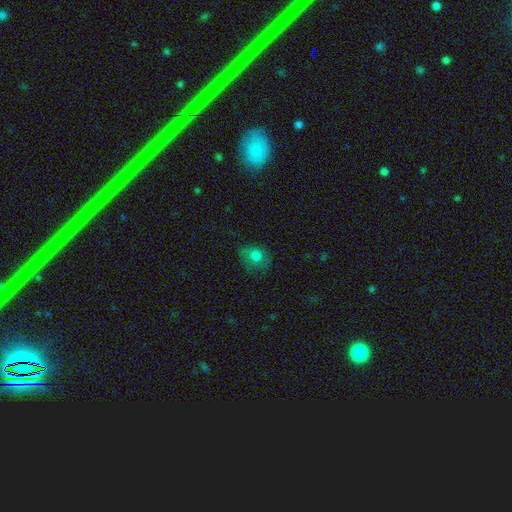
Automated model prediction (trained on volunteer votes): A smooth galaxy with no disk features (73%) that is round (59%).

Vote fractions:
- Smooth or featured? smooth: 73% / featured or disk: 15% / star or artifact: 12%
- How rounded? round: 59% / in between: 40% / cigar-shaped: 1%
- Merging? none: 58% / minor disturbance: 26% / major disturbance: 14% / merger: 2%